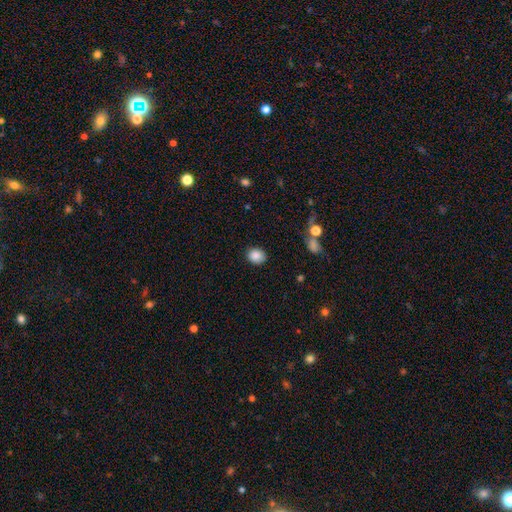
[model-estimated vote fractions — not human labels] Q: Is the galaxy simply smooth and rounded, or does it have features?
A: smooth — 86%.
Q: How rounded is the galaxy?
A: round — 59%.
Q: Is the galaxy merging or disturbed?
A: none — 85%.